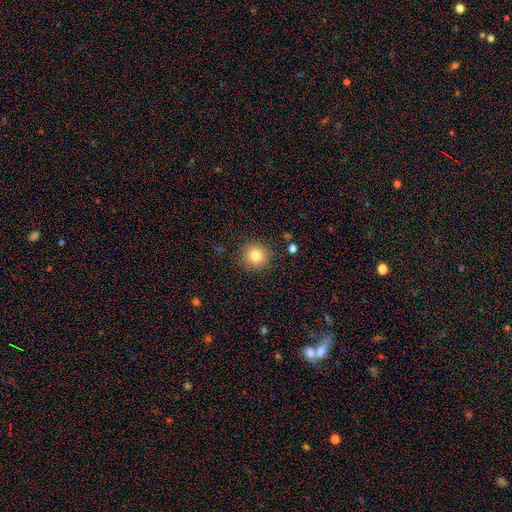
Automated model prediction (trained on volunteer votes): Morphology: type=smooth (81%); roundness=round (93%); merging=none (88%).